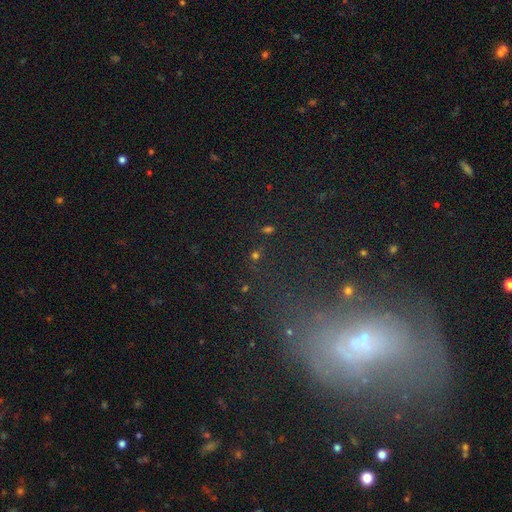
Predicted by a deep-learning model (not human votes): This appears to be a star or artifact, not a galaxy (54%).